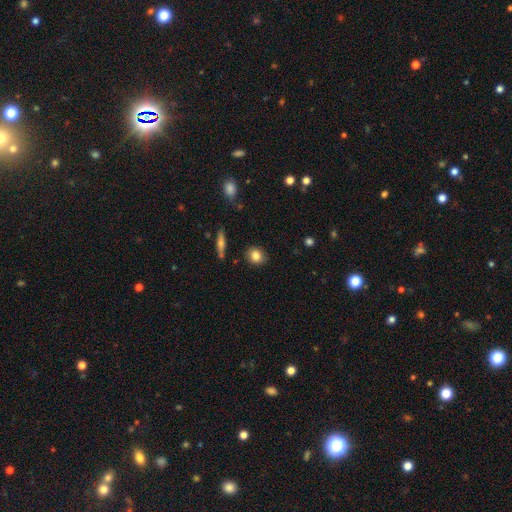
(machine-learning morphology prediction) Q: Smooth or featured?
A: smooth (83%); runner-up: featured or disk (9%)
Q: How rounded?
A: round (69%); runner-up: in between (29%)
Q: Merging?
A: none (87%); runner-up: minor disturbance (9%)